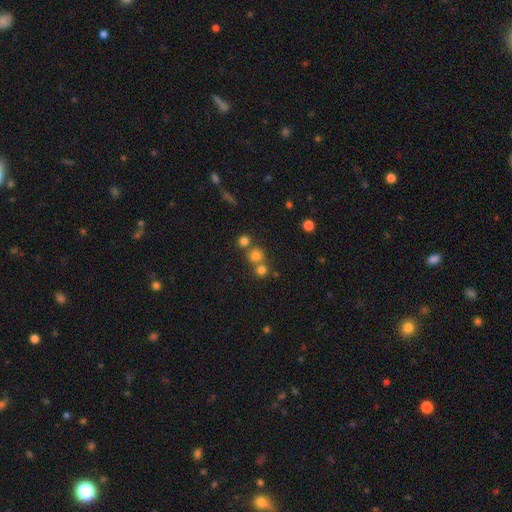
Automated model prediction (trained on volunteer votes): Smooth or featured? smooth (73%)
How rounded? round (90%)
Merging? none (61%)